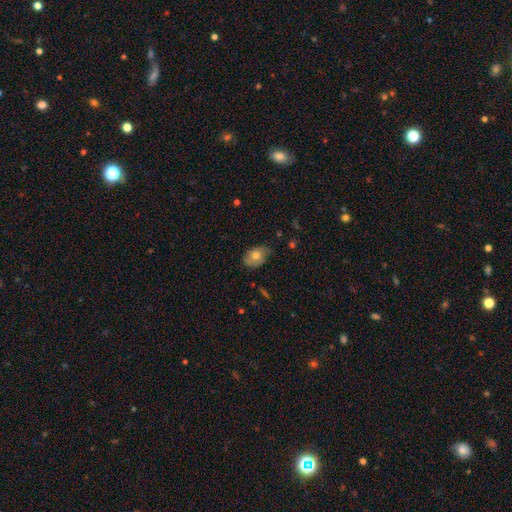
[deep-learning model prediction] Morphology: type=smooth (64%); roundness=in between (77%); merging=none (60%).